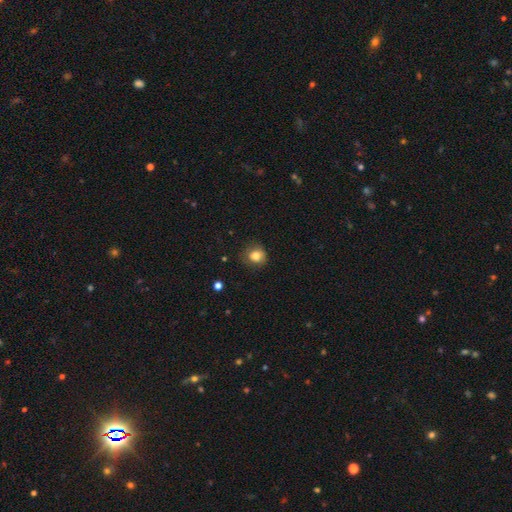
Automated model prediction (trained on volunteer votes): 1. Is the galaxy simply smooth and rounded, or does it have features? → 81% smooth, 11% star or artifact, 8% featured or disk.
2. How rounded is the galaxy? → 76% round, 23% in between, 1% cigar-shaped.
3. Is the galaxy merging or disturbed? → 72% none, 21% minor disturbance, 6% major disturbance, 1% merger.